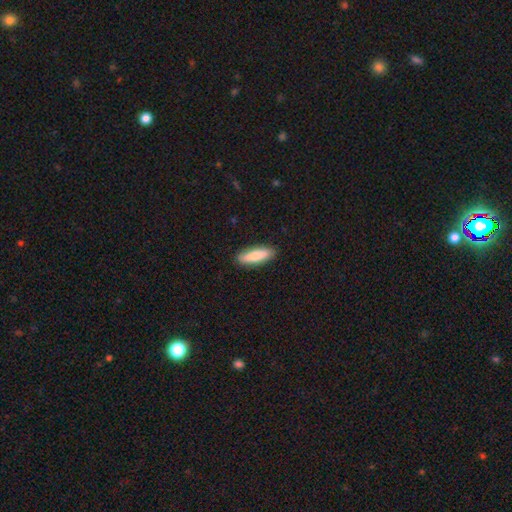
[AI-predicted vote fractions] A smooth galaxy with no disk features (78%) that is cigar-shaped (57%). Merging: none (89%).